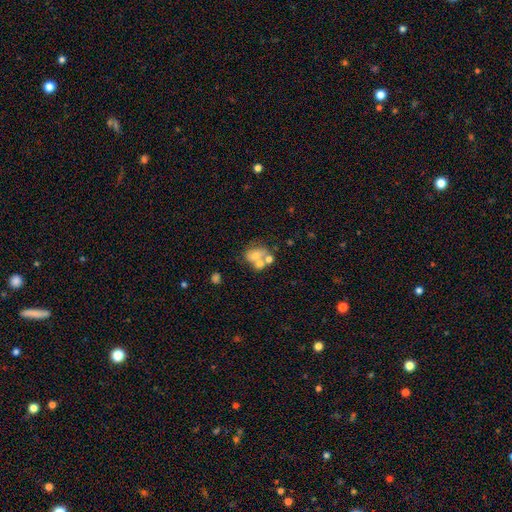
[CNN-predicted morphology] A smooth galaxy with no disk features (55%) that is in between round and cigar-shaped (61%).

Vote fractions:
- Smooth or featured? smooth: 55% / featured or disk: 32% / star or artifact: 12%
- How rounded? in between: 61% / round: 37% / cigar-shaped: 2%
- Merging? merger: 47% / none: 29% / minor disturbance: 14% / major disturbance: 11%